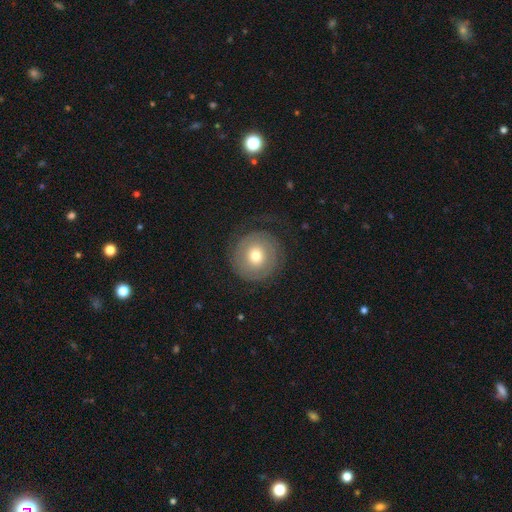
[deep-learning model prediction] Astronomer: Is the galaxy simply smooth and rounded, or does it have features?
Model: featured or disk — 46%, tied with smooth at 46%.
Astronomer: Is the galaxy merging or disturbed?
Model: none — 73%.